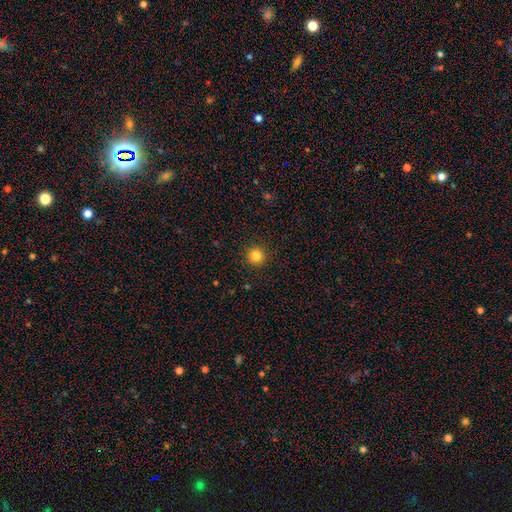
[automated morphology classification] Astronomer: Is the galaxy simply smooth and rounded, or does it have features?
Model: smooth — 83%.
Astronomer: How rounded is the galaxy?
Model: round — 95%.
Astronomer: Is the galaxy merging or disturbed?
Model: none — 92%.